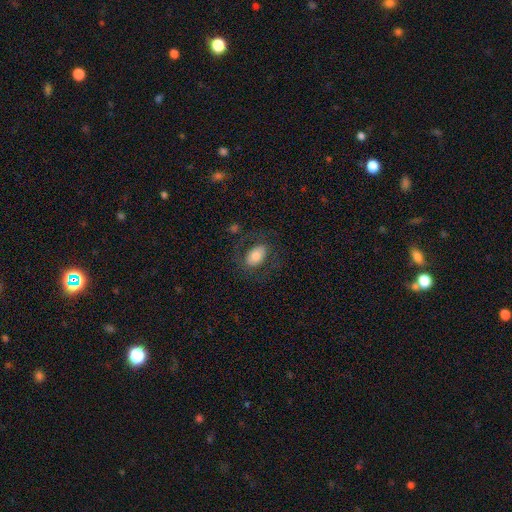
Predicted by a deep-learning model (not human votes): Smooth or featured: smooth — 69% (featured or disk — 23%)
How rounded: in between — 86% (round — 12%)
Merging: none — 72% (minor disturbance — 14%)